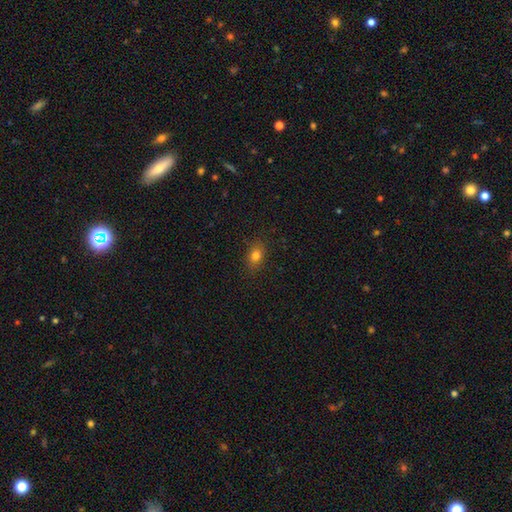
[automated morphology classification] This is likely a smooth galaxy (79%). How rounded: likely in between (68%). Merging: clearly none (85%).